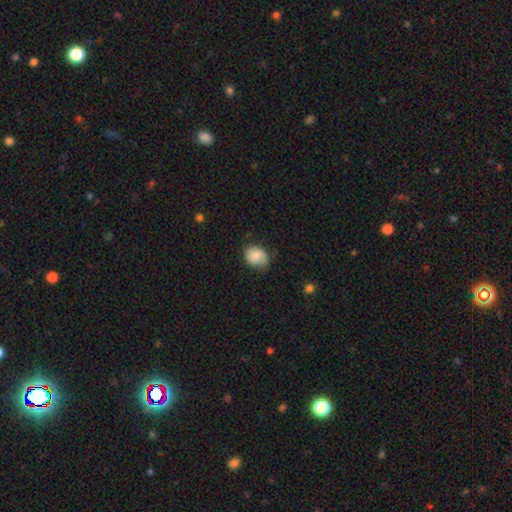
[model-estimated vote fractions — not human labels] Q: Smooth or featured?
A: smooth (78%); runner-up: featured or disk (14%)
Q: How rounded?
A: in between (52%); runner-up: round (47%)
Q: Merging?
A: none (54%); runner-up: minor disturbance (36%)